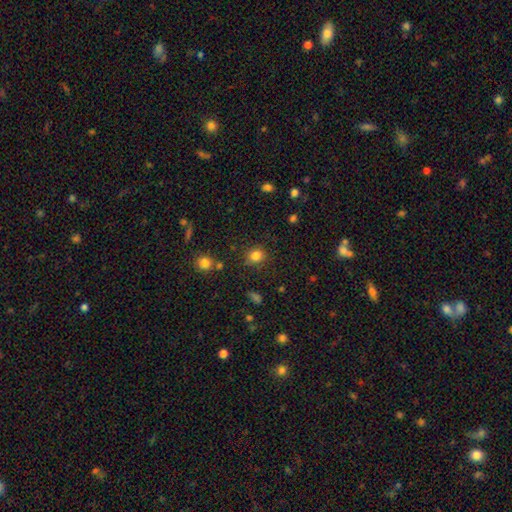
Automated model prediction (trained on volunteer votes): smooth_or_featured: smooth (p=0.82) [alt: star or artifact p=0.13]
how_rounded: round (p=0.75) [alt: in between p=0.24]
merging: none (p=0.81) [alt: minor disturbance p=0.12]